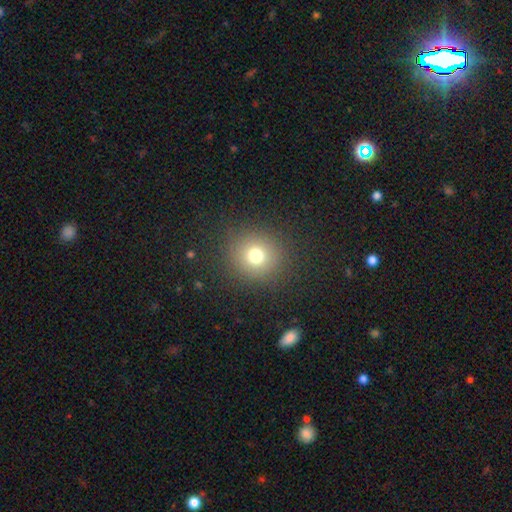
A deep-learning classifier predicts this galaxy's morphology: The model was most divided on "smooth or featured": smooth: 73%, star or artifact: 17%, featured or disk: 9%. More confident: how rounded — round (89%); merging — none (88%).